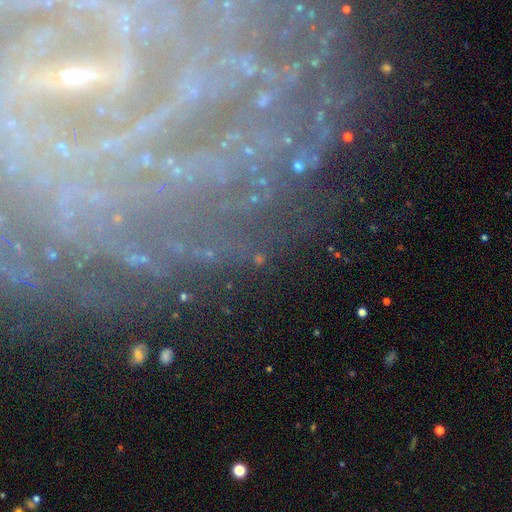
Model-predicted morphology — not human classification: A star or artifact, not a galaxy (41%, tied with featured or disk).

Vote fractions:
- Smooth or featured? star or artifact: 41% (tied) / featured or disk: 41% (tied) / smooth: 18%